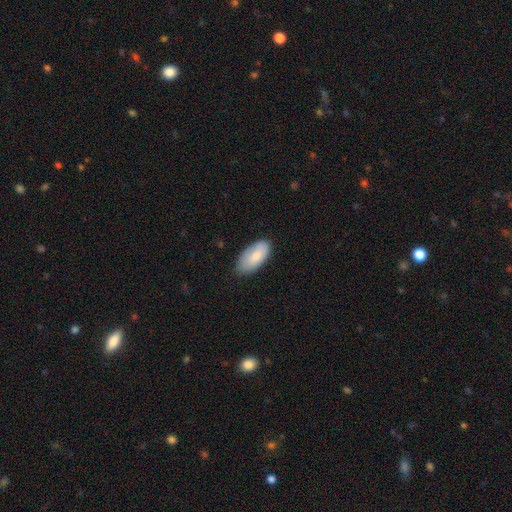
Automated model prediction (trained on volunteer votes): Morphology: type=smooth (81%); roundness=in between (94%); merging=none (71%).